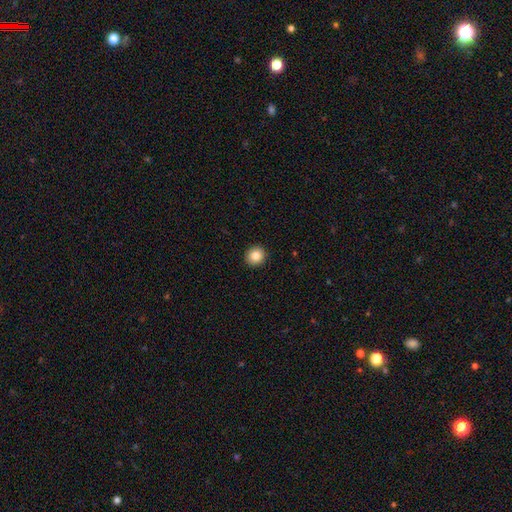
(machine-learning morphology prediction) Smooth or featured?
  - smooth: 84% *
  - star or artifact: 10%
  - featured or disk: 6%
How rounded?
  - round: 90% *
  - in between: 9%
  - cigar-shaped: 1%
Merging?
  - none: 93% *
  - minor disturbance: 5%
  - major disturbance: 1%
  - merger: 1%